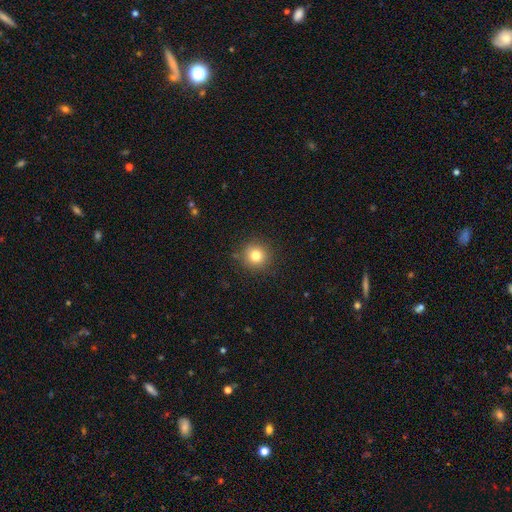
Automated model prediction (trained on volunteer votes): smooth_or_featured: smooth (p=0.80) [alt: star or artifact p=0.13]
how_rounded: round (p=0.94) [alt: in between p=0.05]
merging: none (p=0.89) [alt: minor disturbance p=0.07]